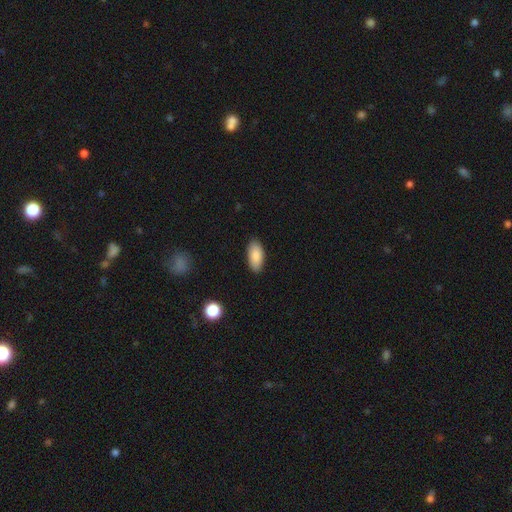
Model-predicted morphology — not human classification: This is clearly a smooth galaxy (88%). How rounded: clearly in between (91%). Merging: clearly none (88%).